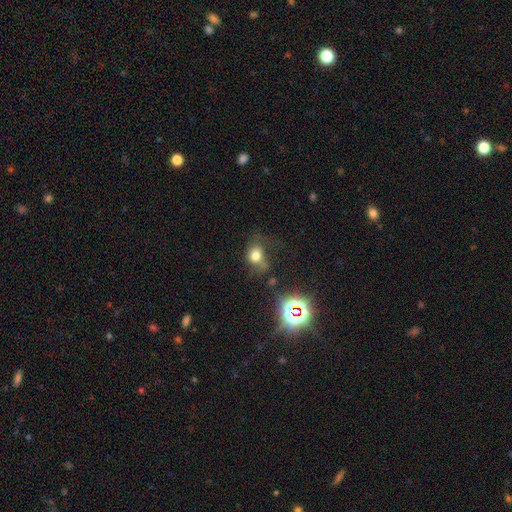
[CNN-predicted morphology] Smooth or featured? Predicted: smooth (p=0.65). How rounded? Predicted: round (p=0.53). Merging? Predicted: none (p=0.38).